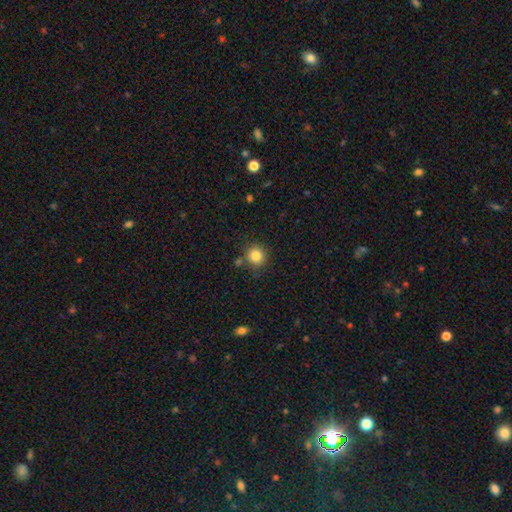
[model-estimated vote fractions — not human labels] smooth-or-featured: smooth: 83% | star or artifact: 11% | featured or disk: 6%
  how-rounded: round: 92% | in between: 7% | cigar-shaped: 1%
  merging: none: 81% | minor disturbance: 9% | merger: 7% | major disturbance: 3%